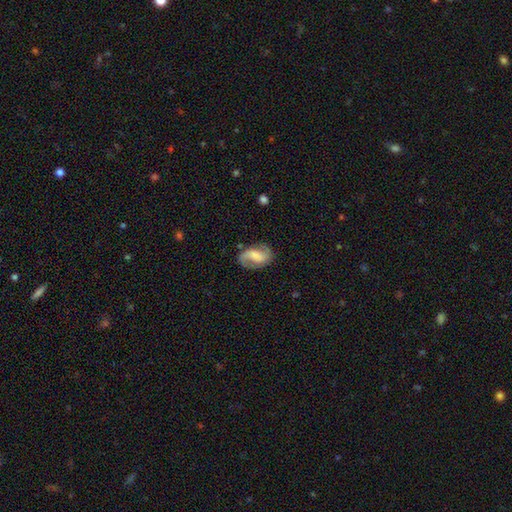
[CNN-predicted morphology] smooth_or_featured: featured or disk (p=0.70) [alt: smooth p=0.23]
disk_edge_on: no (p=0.97) [alt: yes p=0.03]
bar: weak (p=0.43) [alt: no p=0.36]
has_spiral_arms: yes (p=0.92) [alt: no p=0.08]
spiral_winding: medium (p=0.46) [alt: loose p=0.36]
spiral_arm_count: 2 (p=0.85) [alt: 1 p=0.08]
bulge_size: moderate (p=0.27) [alt: none p=0.26]
merging: none (p=0.72) [alt: minor disturbance p=0.18]